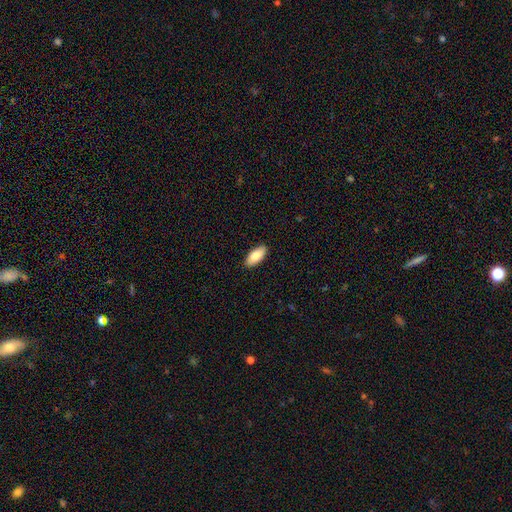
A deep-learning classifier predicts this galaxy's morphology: Q: Smooth or featured?
A: smooth (86%); runner-up: featured or disk (8%)
Q: How rounded?
A: in between (87%); runner-up: cigar-shaped (11%)
Q: Merging?
A: none (89%); runner-up: minor disturbance (8%)